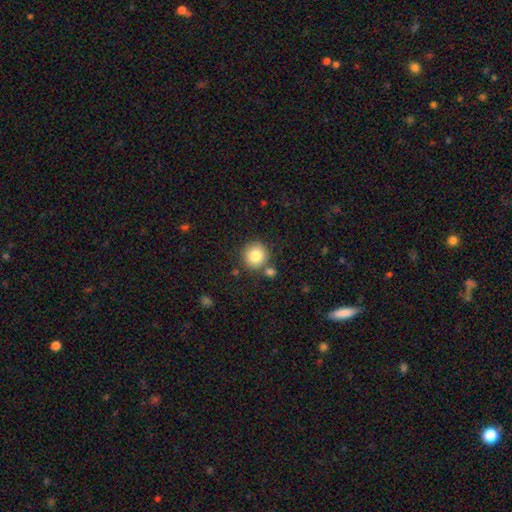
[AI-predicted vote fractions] Smooth or featured: smooth — 84% (star or artifact — 9%)
How rounded: round — 93% (in between — 6%)
Merging: none — 78% (merger — 11%)